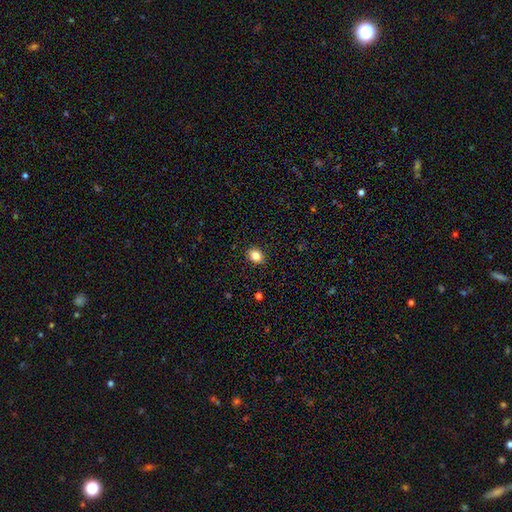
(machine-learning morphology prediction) Smooth or featured?
  - smooth: 84% *
  - star or artifact: 10%
  - featured or disk: 6%
How rounded?
  - in between: 62% *
  - round: 37%
  - cigar-shaped: 1%
Merging?
  - none: 90% *
  - minor disturbance: 7%
  - major disturbance: 2%
  - merger: 1%